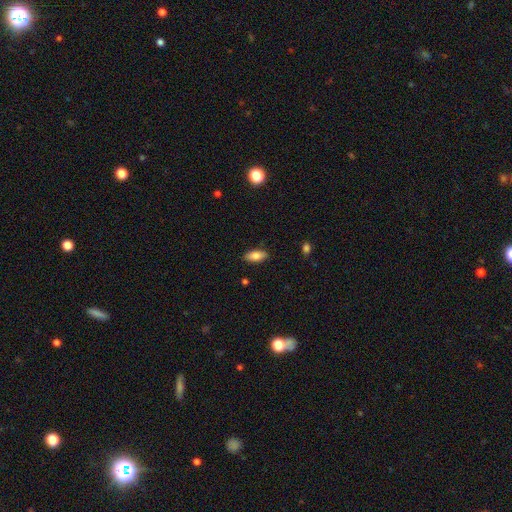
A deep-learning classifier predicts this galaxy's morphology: smooth-or-featured: smooth: 84% | featured or disk: 9% | star or artifact: 7%
  how-rounded: in between: 87% | cigar-shaped: 11% | round: 2%
  merging: none: 88% | minor disturbance: 9% | major disturbance: 2% | merger: 1%